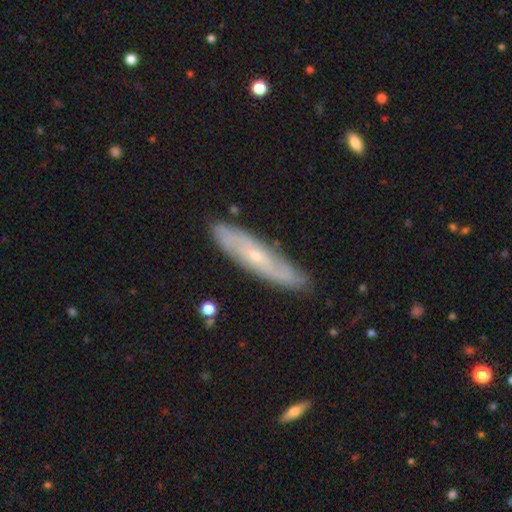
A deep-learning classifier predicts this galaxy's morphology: The model was most divided on "edge-on disk": no: 56%, yes: 44%. More confident: merging — none (82%); smooth or featured — featured or disk (63%).